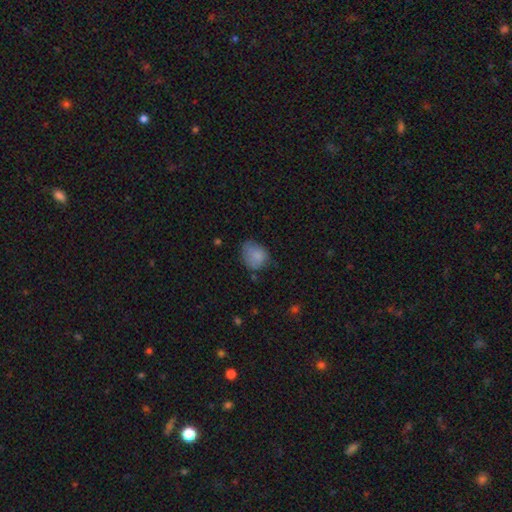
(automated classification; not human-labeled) smooth 79%, featured or disk 11%, star or artifact 9%. Down the decision tree: how rounded — in between (53%); merging — none (45%).